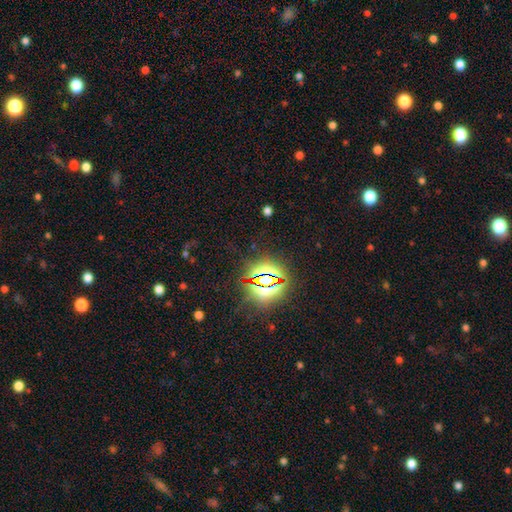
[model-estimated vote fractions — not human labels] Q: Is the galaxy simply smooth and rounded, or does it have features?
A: star or artifact — 82%.